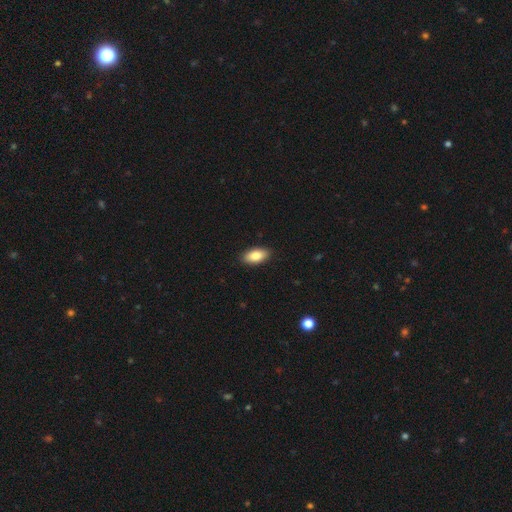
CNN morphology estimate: Overall: smooth (84%). How rounded: in between (92%). Merging: none (90%).